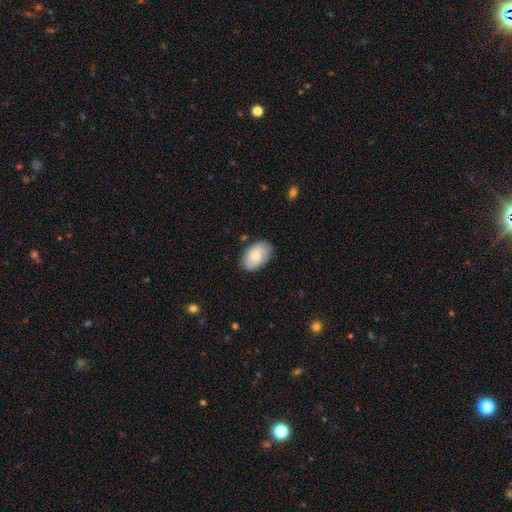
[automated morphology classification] Q: Smooth or featured?
A: smooth (77%); runner-up: featured or disk (17%)
Q: How rounded?
A: in between (91%); runner-up: round (8%)
Q: Merging?
A: none (82%); runner-up: minor disturbance (14%)